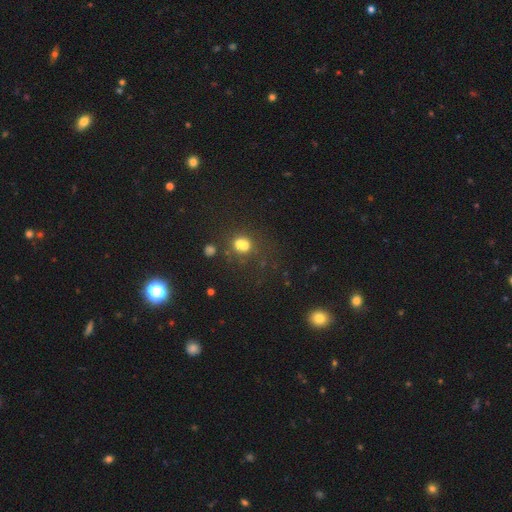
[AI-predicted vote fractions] Smooth or featured: star or artifact — 47% (smooth — 46%)